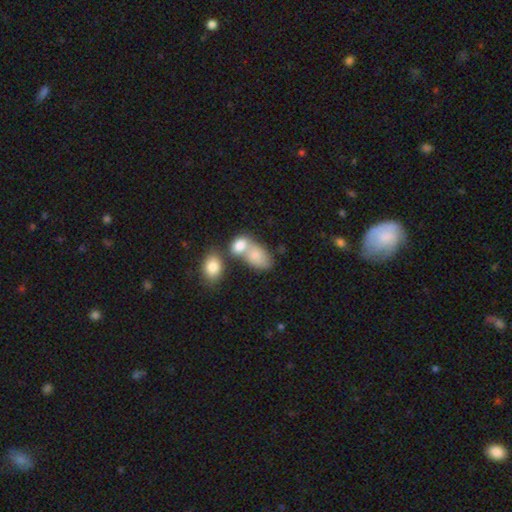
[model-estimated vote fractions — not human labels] smooth-or-featured: smooth: 77% | featured or disk: 15% | star or artifact: 8%
  how-rounded: in between: 87% | round: 11% | cigar-shaped: 2%
  merging: merger: 54% | none: 28% | minor disturbance: 11% | major disturbance: 6%